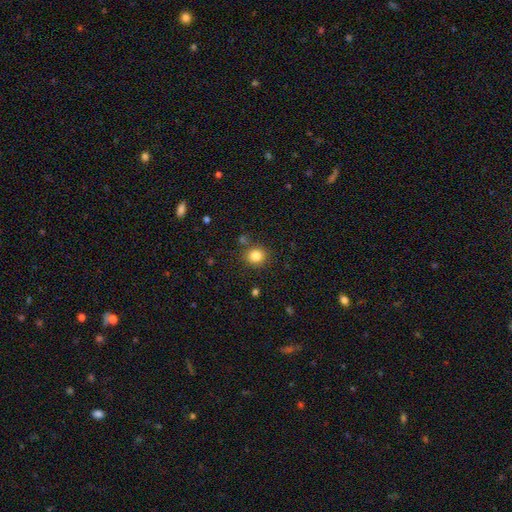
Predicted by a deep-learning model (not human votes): This appears to be a smooth galaxy with no disk features (83%) that is round (84%). Merging: none (83%).